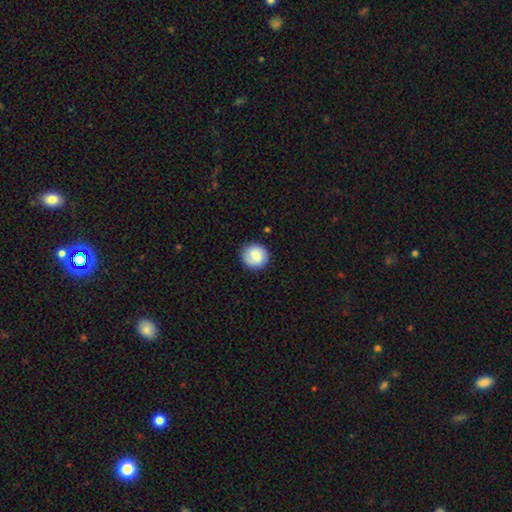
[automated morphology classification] A smooth galaxy with no disk features (77%) that is round (92%).

Vote fractions:
- Smooth or featured? smooth: 77% / featured or disk: 16% / star or artifact: 7%
- How rounded? round: 92% / in between: 7% / cigar-shaped: 1%
- Merging? none: 88% / minor disturbance: 9% / major disturbance: 2% / merger: 1%